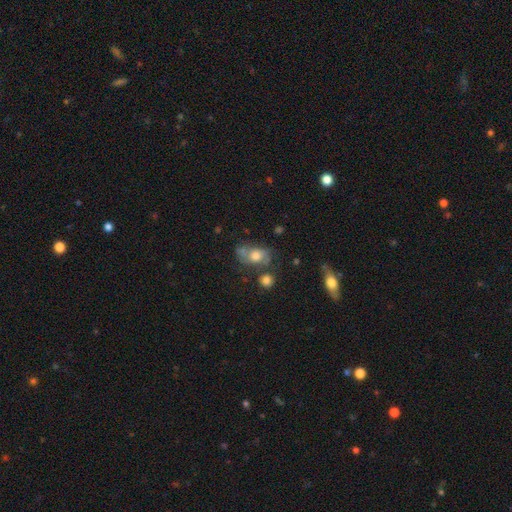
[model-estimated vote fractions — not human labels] smooth-or-featured: featured or disk: 48% | smooth: 41% | star or artifact: 11%
  merging: none: 48% | minor disturbance: 25% | major disturbance: 16% | merger: 12%